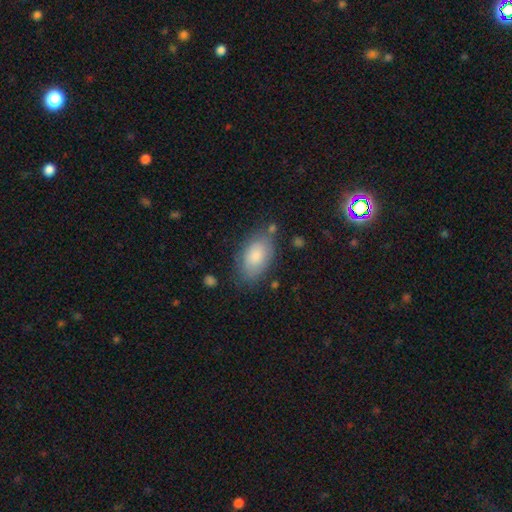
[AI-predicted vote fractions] Smooth or featured: smooth — 81% (featured or disk — 13%)
How rounded: in between — 93% (round — 5%)
Merging: none — 69% (minor disturbance — 20%)